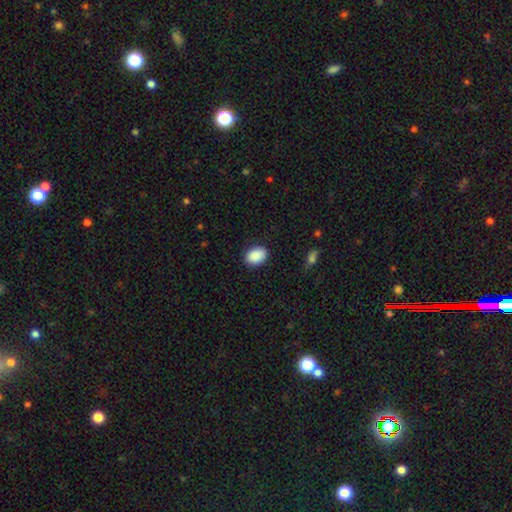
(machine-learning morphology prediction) A smooth galaxy with no disk features (90%) that is in between round and cigar-shaped (82%). Merging: none (88%).